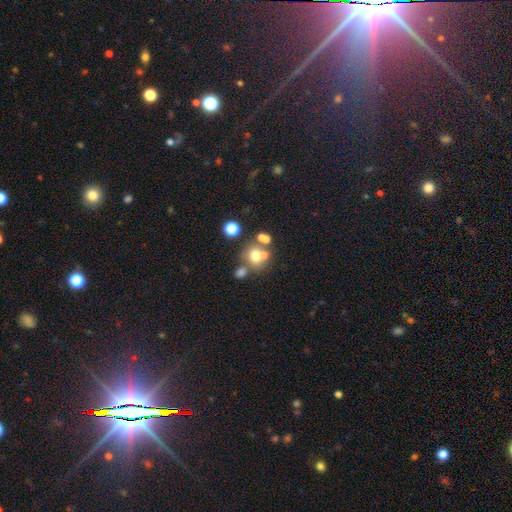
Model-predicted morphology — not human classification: Smooth or featured?
  - smooth: 63% *
  - featured or disk: 20%
  - star or artifact: 17%
How rounded?
  - round: 75% *
  - in between: 24%
  - cigar-shaped: 1%
Merging?
  - none: 48% *
  - merger: 36%
  - minor disturbance: 10%
  - major disturbance: 6%